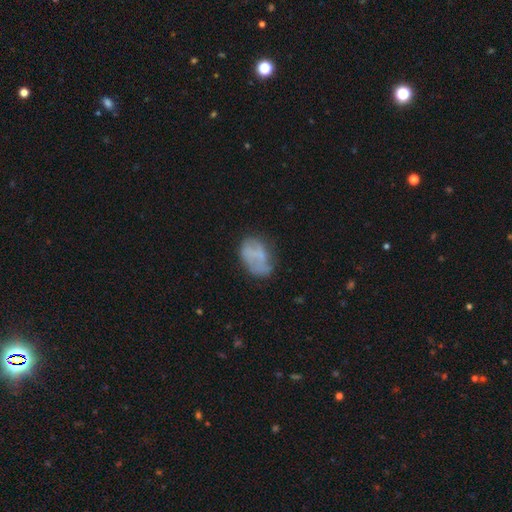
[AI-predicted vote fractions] A smooth galaxy with no disk features (51%) that is in between round and cigar-shaped (83%). Merging: none (51%).